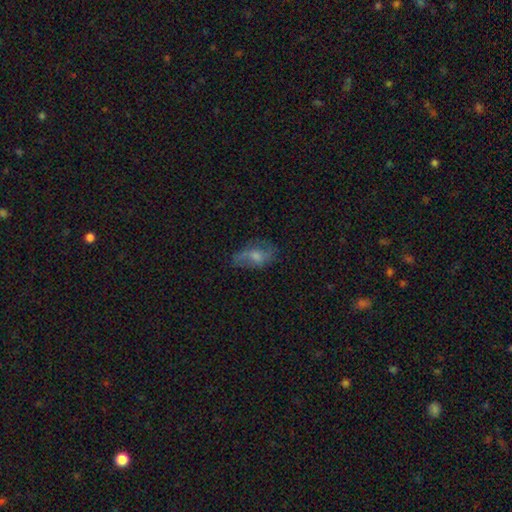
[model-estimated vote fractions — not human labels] smooth_or_featured: featured or disk (p=0.45) [tied with: smooth p=0.45]
merging: none (p=0.54) [alt: minor disturbance p=0.27]